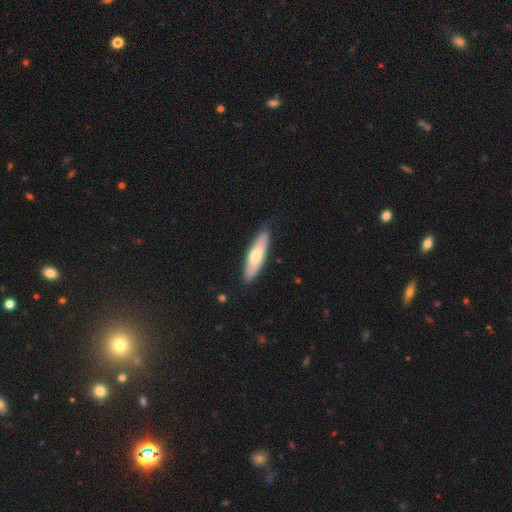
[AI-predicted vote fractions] smooth_or_featured: smooth (p=0.63) [alt: featured or disk p=0.32]
how_rounded: cigar-shaped (p=0.59) [alt: in between p=0.39]
merging: none (p=0.85) [alt: minor disturbance p=0.12]